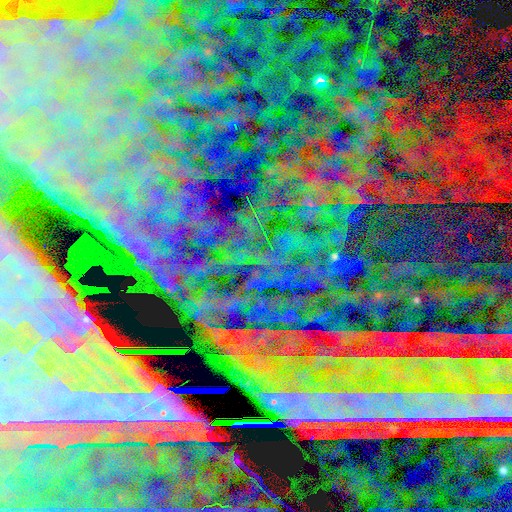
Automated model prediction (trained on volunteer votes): Q: Smooth or featured?
A: star or artifact (88%); runner-up: featured or disk (7%)